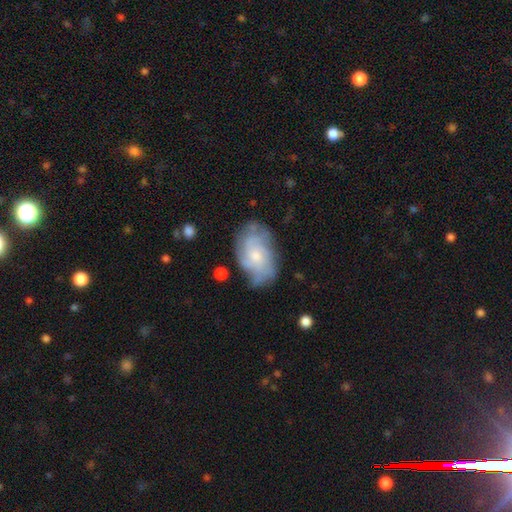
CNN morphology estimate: This appears to be a featured or disk galaxy (67%) with no bar (75%), tight (47%) spiral arms (86%) and a small central bulge (48%). Merging: none (68%).